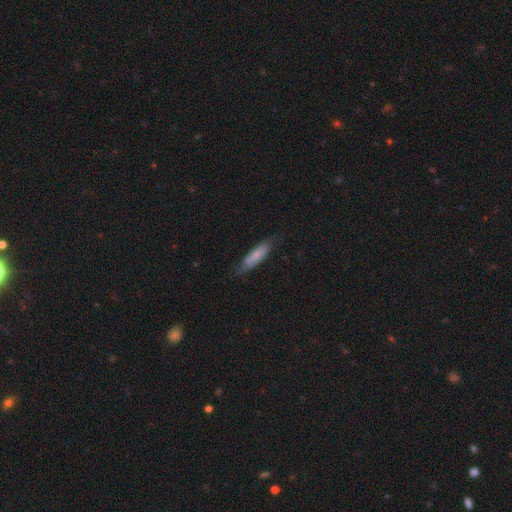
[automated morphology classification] Smooth or featured? Predicted: smooth (p=0.66). How rounded? Predicted: cigar-shaped (p=0.69). Merging? Predicted: none (p=0.70).